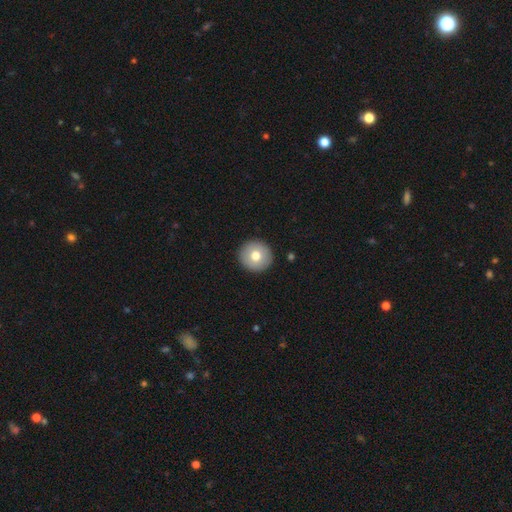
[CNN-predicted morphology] Smooth or featured: smooth — 74% (featured or disk — 18%)
How rounded: round — 95% (in between — 4%)
Merging: none — 93% (minor disturbance — 5%)